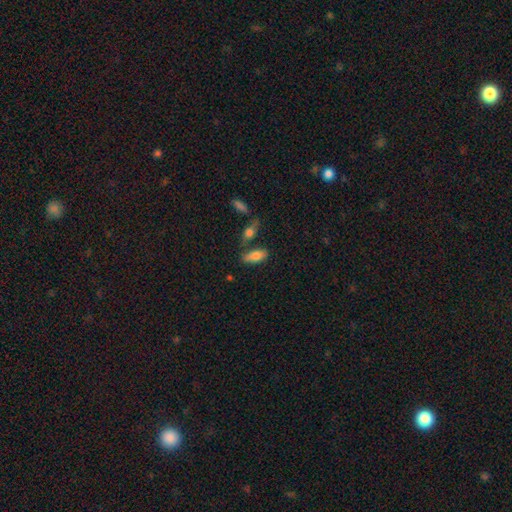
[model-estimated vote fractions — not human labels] Overall: smooth (76%). How rounded: in between (81%). Merging: none (64%).